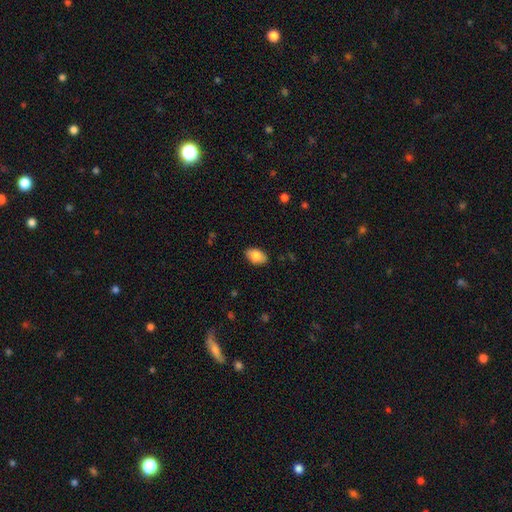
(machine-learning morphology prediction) Smooth or featured: smooth — 82% (featured or disk — 11%)
How rounded: in between — 90% (round — 9%)
Merging: none — 87% (minor disturbance — 10%)